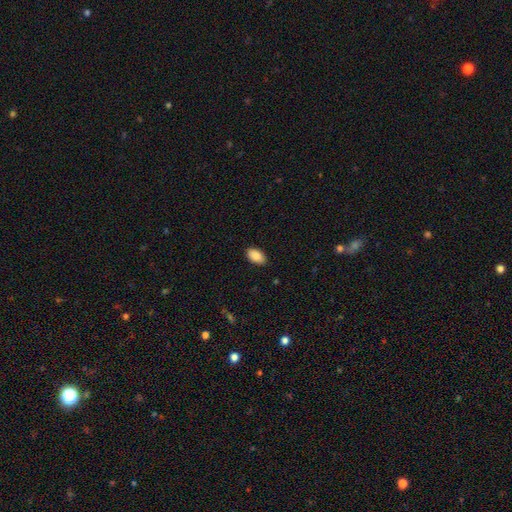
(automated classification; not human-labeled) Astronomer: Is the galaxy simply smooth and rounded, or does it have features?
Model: smooth — 89%.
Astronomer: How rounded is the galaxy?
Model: in between — 94%.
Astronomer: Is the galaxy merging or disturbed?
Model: none — 88%.